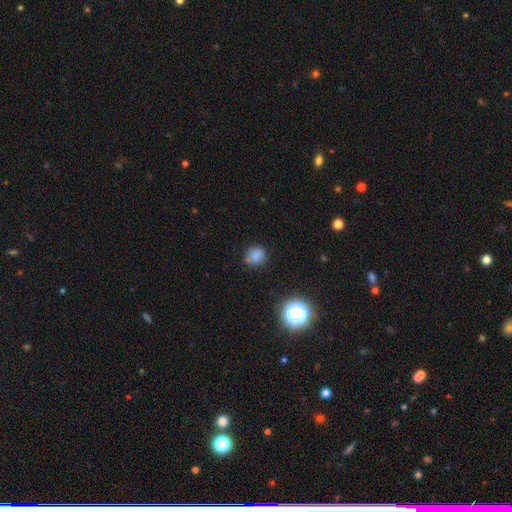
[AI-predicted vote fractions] Q: Smooth or featured?
A: smooth (75%); runner-up: star or artifact (16%)
Q: How rounded?
A: round (79%); runner-up: in between (20%)
Q: Merging?
A: none (71%); runner-up: minor disturbance (19%)